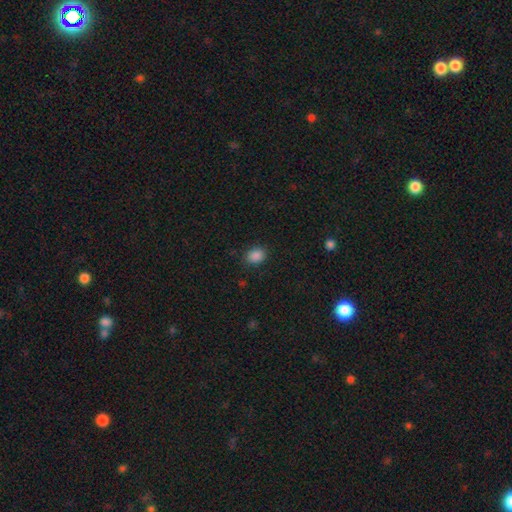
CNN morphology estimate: Overall: smooth (86%). How rounded: in between (58%; round 42%). Merging: none (85%).